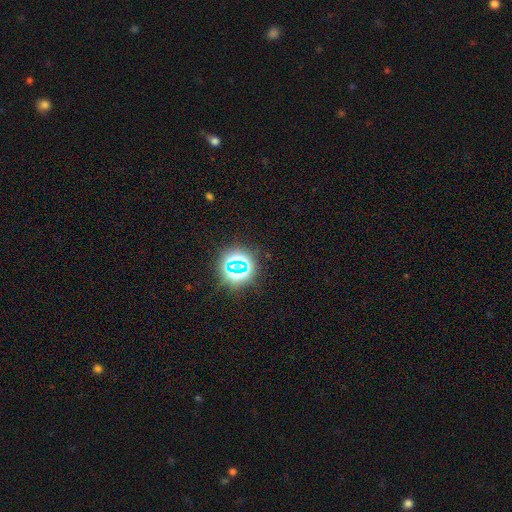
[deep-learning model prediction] This appears to be a star or artifact, not a galaxy (74%).